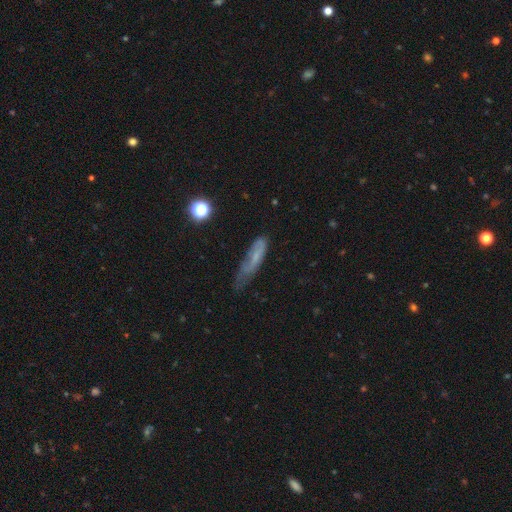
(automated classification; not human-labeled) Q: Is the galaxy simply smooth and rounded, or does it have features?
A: smooth — 53%.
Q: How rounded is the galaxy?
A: cigar-shaped — 66%.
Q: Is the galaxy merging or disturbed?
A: none — 38%.